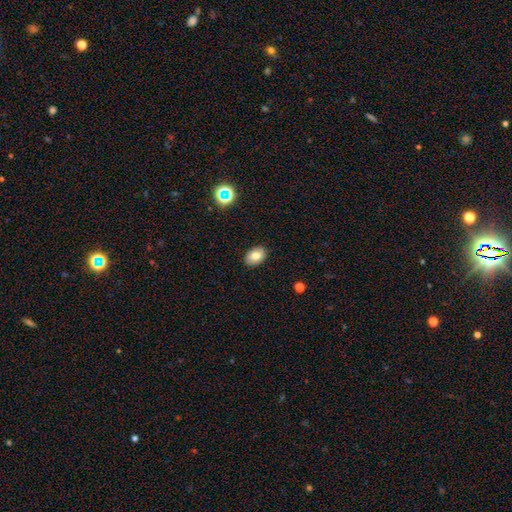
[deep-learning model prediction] Overall: smooth (78%). How rounded: in between (81%). Merging: none (89%).